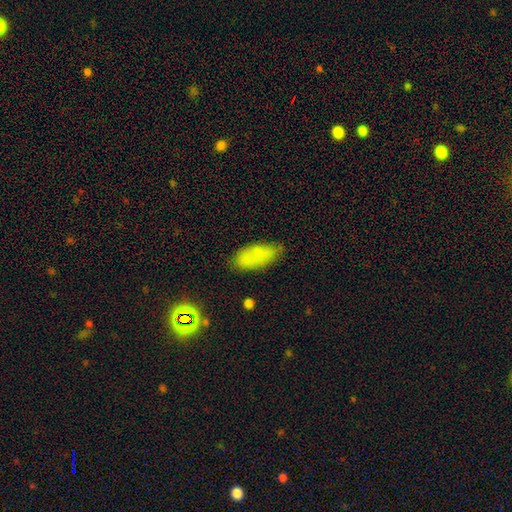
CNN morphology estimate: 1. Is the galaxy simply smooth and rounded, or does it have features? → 72% smooth, 14% featured or disk, 14% star or artifact.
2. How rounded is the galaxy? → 85% in between, 12% cigar-shaped, 3% round.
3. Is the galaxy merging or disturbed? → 71% none, 20% minor disturbance, 6% major disturbance, 3% merger.